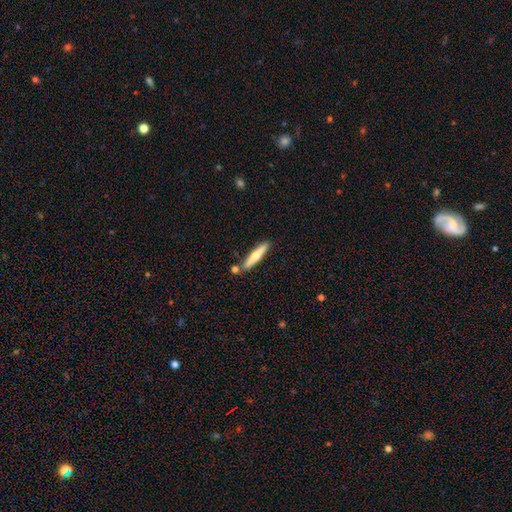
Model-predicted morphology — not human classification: Smooth or featured? Predicted: smooth (p=0.52). How rounded? Predicted: cigar-shaped (p=0.90). Merging? Predicted: none (p=0.81).